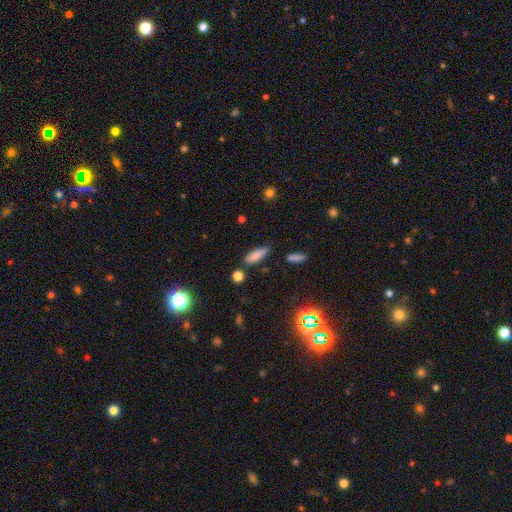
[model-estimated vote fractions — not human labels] A smooth galaxy with no disk features (81%) that is cigar-shaped (51%). Merging: none (73%).